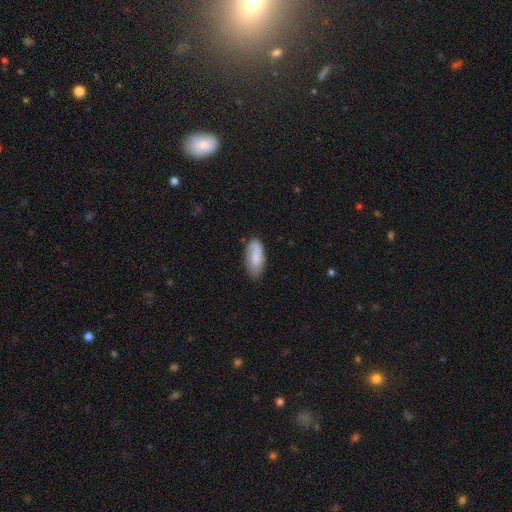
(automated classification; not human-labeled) This appears to be a smooth galaxy with no disk features (81%) that is in between round and cigar-shaped (89%). Merging: none (72%).